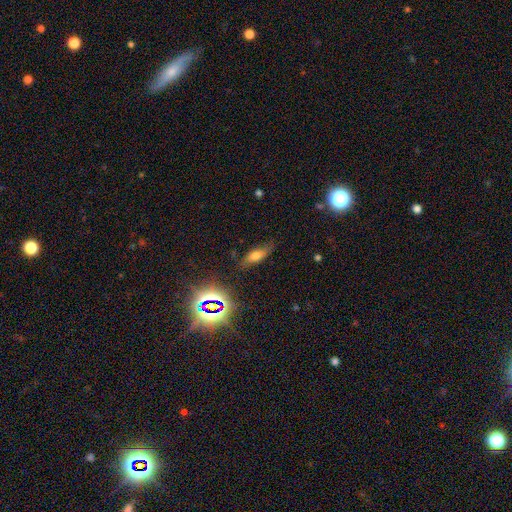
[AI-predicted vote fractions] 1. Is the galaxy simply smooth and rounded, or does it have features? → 57% smooth, 24% featured or disk, 19% star or artifact.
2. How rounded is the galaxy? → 64% in between, 31% cigar-shaped, 5% round.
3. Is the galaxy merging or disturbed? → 72% none, 20% minor disturbance, 6% major disturbance, 2% merger.